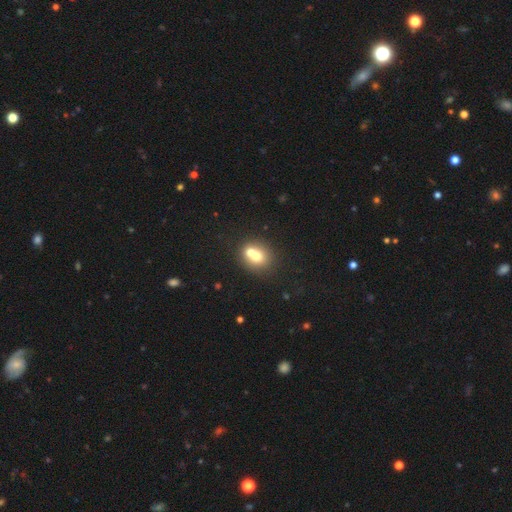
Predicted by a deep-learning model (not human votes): Overall: smooth (65%). How rounded: round (69%; in between 30%). Merging: merger (54%; none 35%).